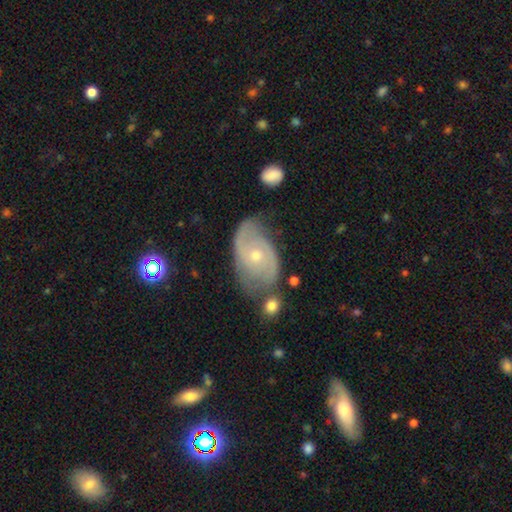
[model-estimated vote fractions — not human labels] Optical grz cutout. It shows a featured or disk galaxy (75%) with no bar (72%), 2 (64%) tight (41%) spiral arms (87%) and a small central bulge (58%). Merging: none (53%).